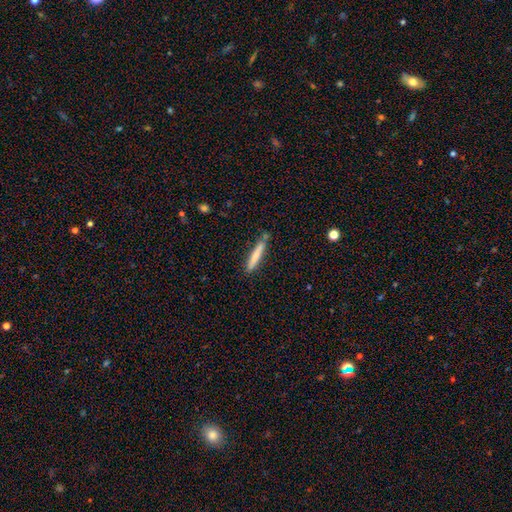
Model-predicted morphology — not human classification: smooth-or-featured: smooth: 76% | featured or disk: 18% | star or artifact: 6%
  how-rounded: cigar-shaped: 94% | in between: 5% | round: 1%
  merging: none: 80% | minor disturbance: 13% | merger: 4% | major disturbance: 2%